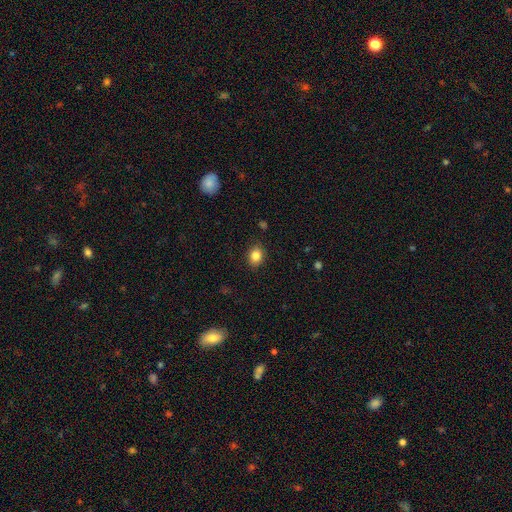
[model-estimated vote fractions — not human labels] A smooth galaxy with no disk features (85%) that is in between round and cigar-shaped (53%). Merging: none (87%).